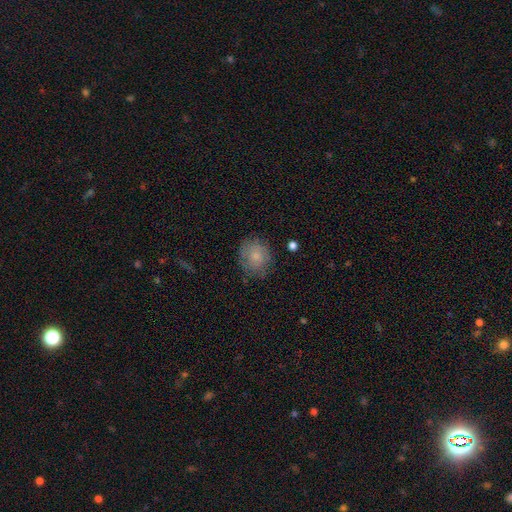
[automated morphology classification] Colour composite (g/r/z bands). It shows a smooth galaxy with no disk features (75%) that is round (73%). Merging: none (74%).